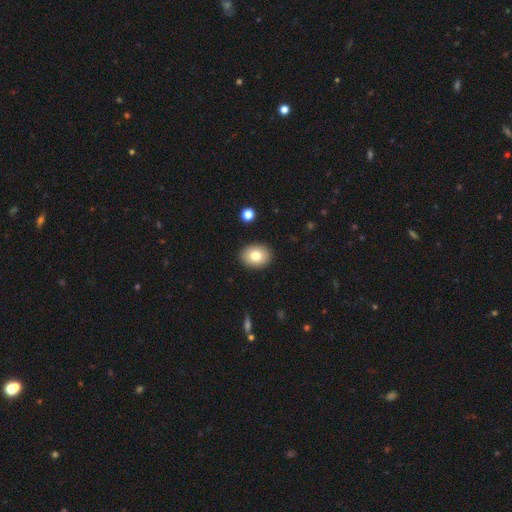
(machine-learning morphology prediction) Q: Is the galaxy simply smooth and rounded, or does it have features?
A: smooth — 80%.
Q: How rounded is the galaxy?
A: in between — 62%.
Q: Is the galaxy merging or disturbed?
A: none — 90%.